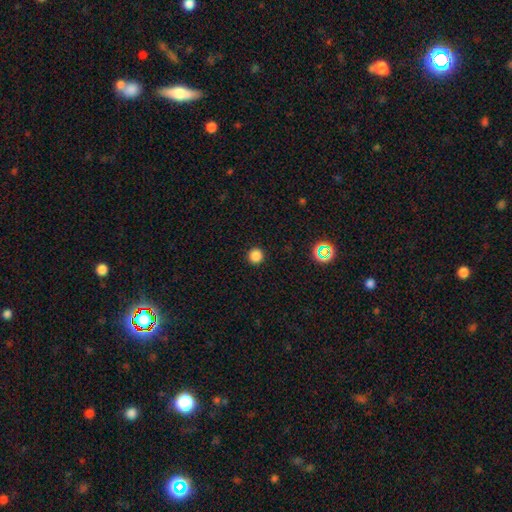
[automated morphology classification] smooth 83%, star or artifact 14%, featured or disk 3%. Down the decision tree: how rounded — round (96%); merging — none (92%).